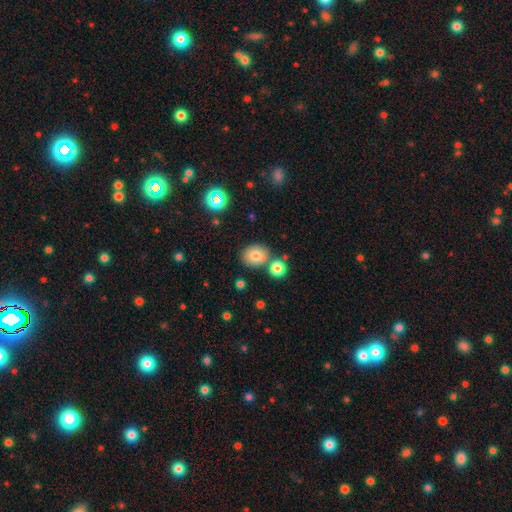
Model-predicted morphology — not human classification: Overall: smooth (78%). How rounded: round (69%; in between 30%). Merging: none (70%).